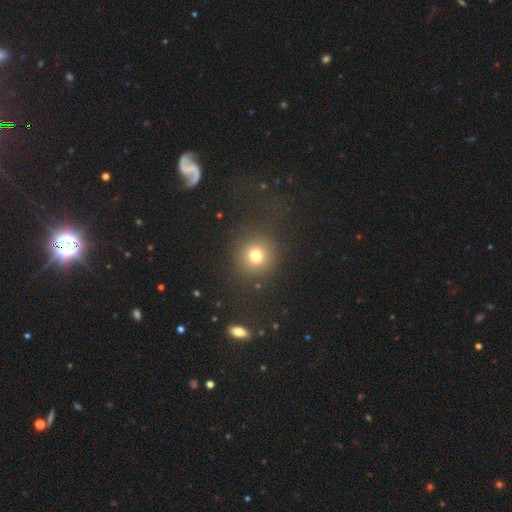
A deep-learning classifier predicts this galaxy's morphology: smooth-or-featured: smooth: 76% | star or artifact: 16% | featured or disk: 8%
  how-rounded: round: 91% | in between: 8% | cigar-shaped: 1%
  merging: none: 84% | minor disturbance: 8% | major disturbance: 5% | merger: 3%